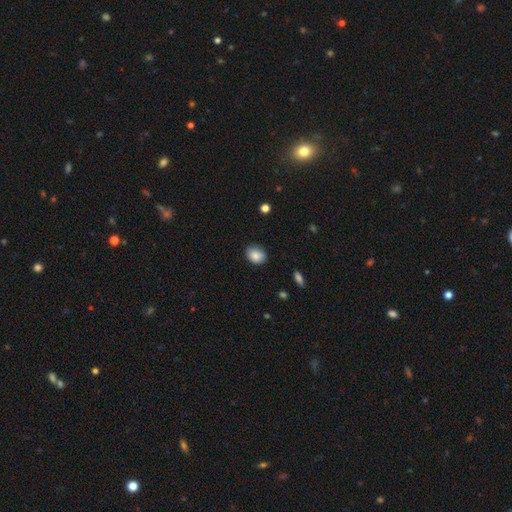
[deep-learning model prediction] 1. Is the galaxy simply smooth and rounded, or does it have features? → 86% smooth, 8% star or artifact, 6% featured or disk.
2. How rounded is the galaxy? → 53% in between, 46% round, 1% cigar-shaped.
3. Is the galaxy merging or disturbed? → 83% none, 14% minor disturbance, 3% major disturbance, 1% merger.